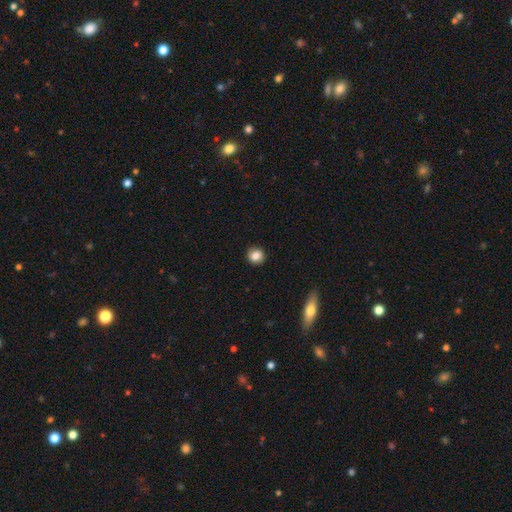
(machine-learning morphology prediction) A smooth galaxy with no disk features (84%) that is round (85%). Merging: none (90%).